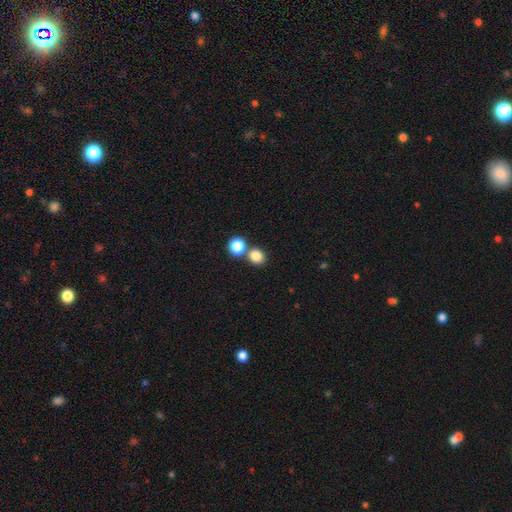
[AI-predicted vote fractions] Morphology: type=smooth (83%); roundness=round (77%); merging=none (61%).